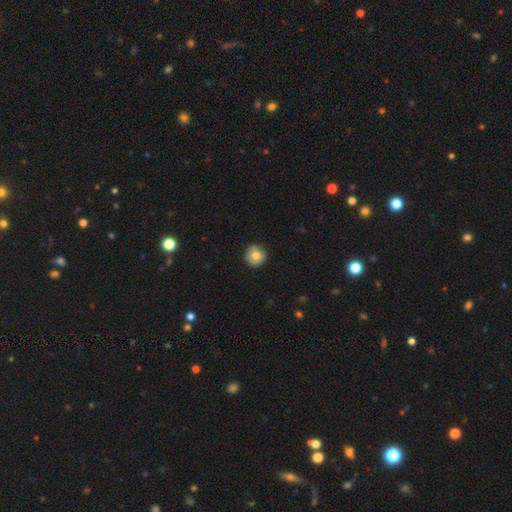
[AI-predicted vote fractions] Overall: smooth (81%). How rounded: round (93%). Merging: none (82%).